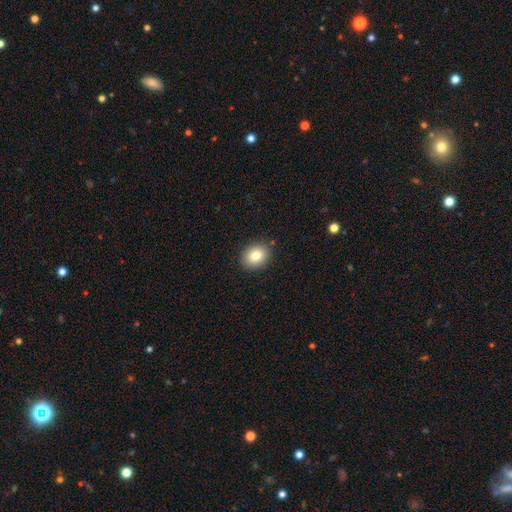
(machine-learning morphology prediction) A smooth galaxy with no disk features (81%) that is round (53%). Merging: none (89%).